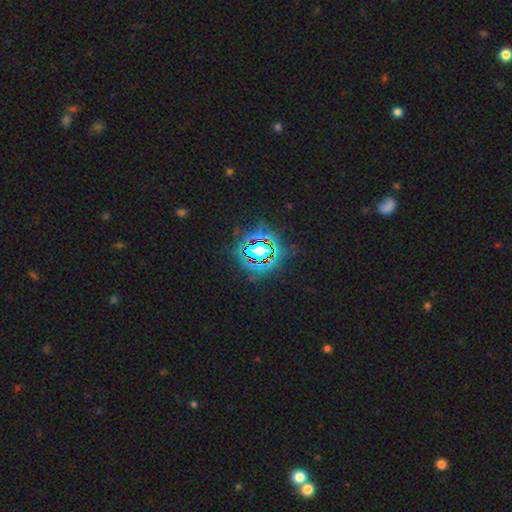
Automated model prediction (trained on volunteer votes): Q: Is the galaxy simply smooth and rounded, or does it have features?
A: star or artifact — 81%.